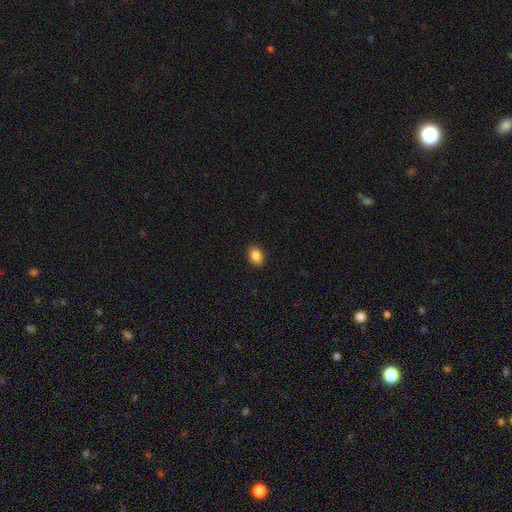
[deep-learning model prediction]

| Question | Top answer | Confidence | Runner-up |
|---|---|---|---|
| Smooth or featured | smooth | 86% | star or artifact (8%) |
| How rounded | in between | 81% | round (18%) |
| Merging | none | 89% | minor disturbance (8%) |